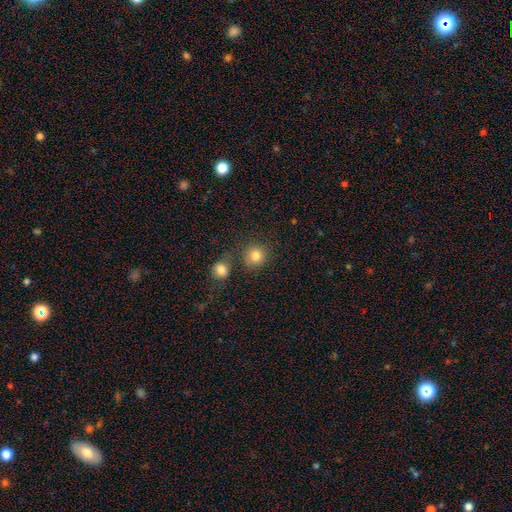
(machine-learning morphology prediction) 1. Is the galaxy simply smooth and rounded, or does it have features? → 82% smooth, 12% star or artifact, 6% featured or disk.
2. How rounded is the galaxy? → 90% round, 9% in between, 1% cigar-shaped.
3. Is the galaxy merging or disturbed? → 76% none, 11% merger, 9% minor disturbance, 3% major disturbance.